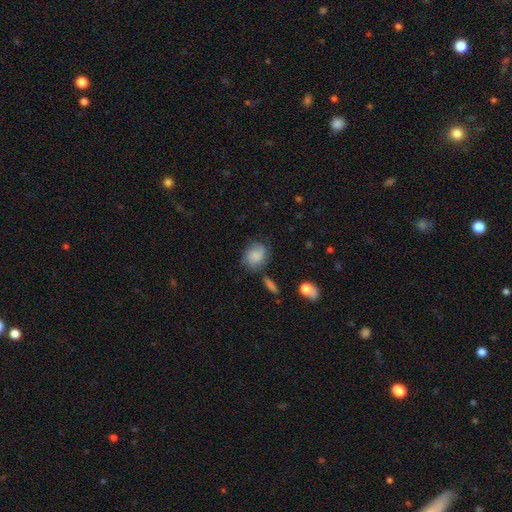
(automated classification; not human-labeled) The model was most divided on "how rounded": round: 56%, in between: 42%, cigar-shaped: 1%. More confident: smooth or featured — smooth (71%); merging — none (63%).